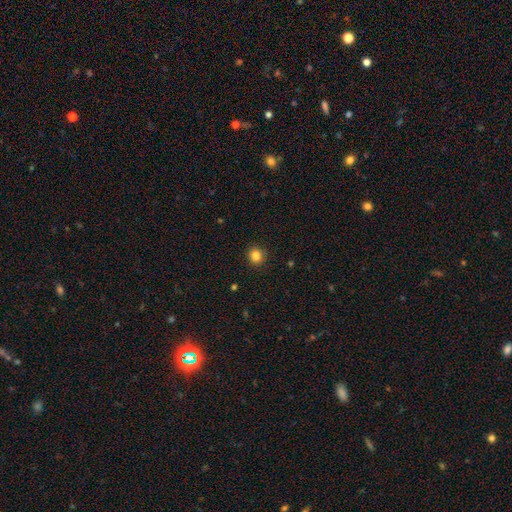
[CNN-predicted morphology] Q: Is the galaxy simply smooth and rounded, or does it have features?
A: smooth — 84%.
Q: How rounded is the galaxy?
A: round — 90%.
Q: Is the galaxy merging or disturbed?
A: none — 91%.